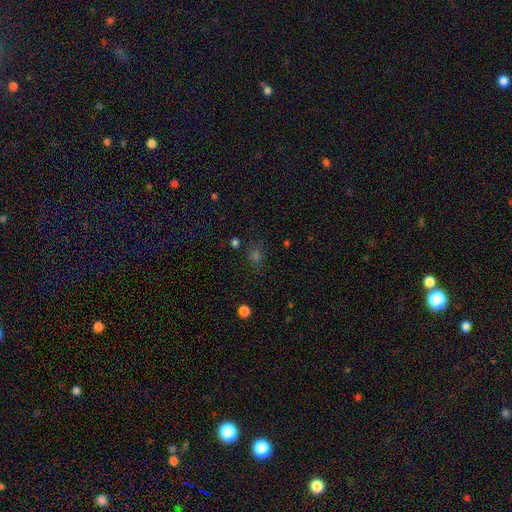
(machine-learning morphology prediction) smooth-or-featured: smooth: 50% | star or artifact: 40% | featured or disk: 10%
  merging: none: 75% | minor disturbance: 14% | major disturbance: 7% | merger: 4%